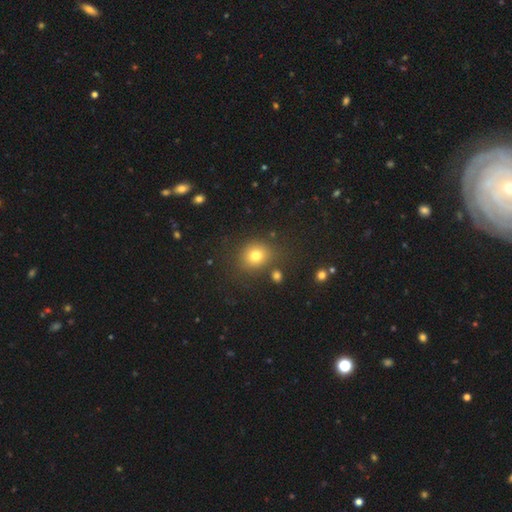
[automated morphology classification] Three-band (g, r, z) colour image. It shows a smooth galaxy with no disk features (77%) that is round (78%). Merging: none (79%).